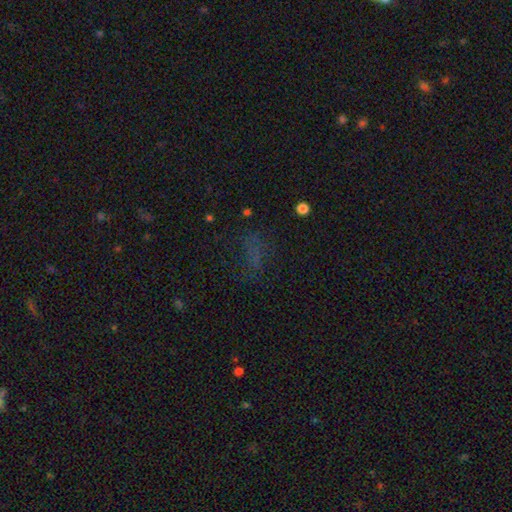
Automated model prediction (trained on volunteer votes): Smooth or featured? Predicted: star or artifact (p=0.43).